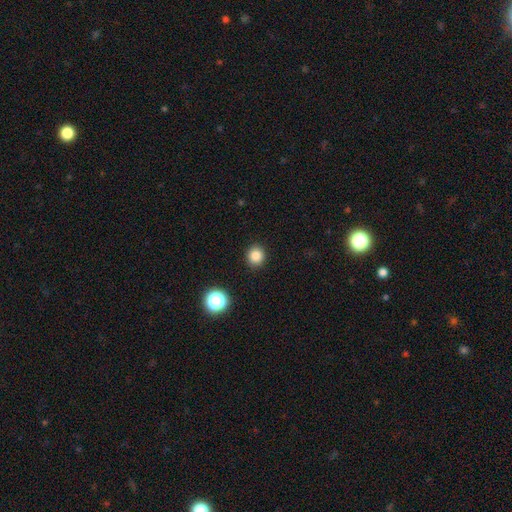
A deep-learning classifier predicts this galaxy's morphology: Smooth or featured? Predicted: smooth (p=0.83). How rounded? Predicted: round (p=0.88). Merging? Predicted: none (p=0.92).